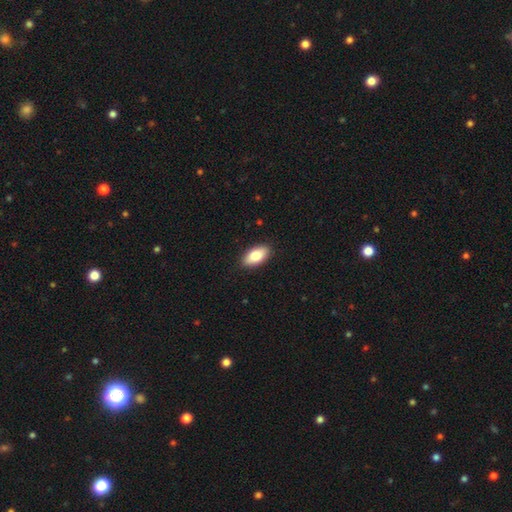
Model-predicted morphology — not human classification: The model was most divided on "smooth or featured": smooth: 82%, featured or disk: 11%, star or artifact: 6%. More confident: how rounded — in between (92%); merging — none (89%).